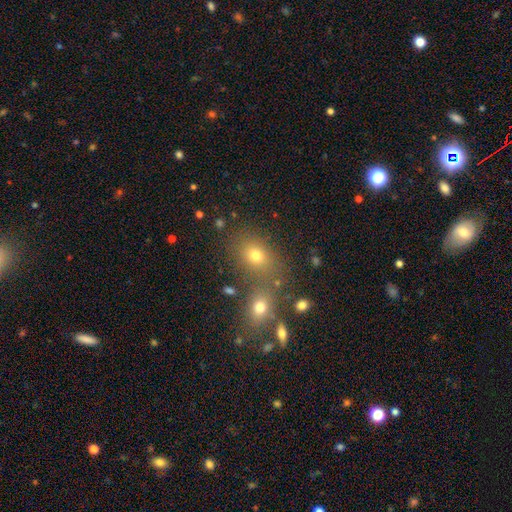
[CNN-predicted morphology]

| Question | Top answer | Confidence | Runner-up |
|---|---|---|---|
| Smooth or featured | smooth | 67% | star or artifact (20%) |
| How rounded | in between | 60% | round (39%) |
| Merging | none | 58% | merger (27%) |